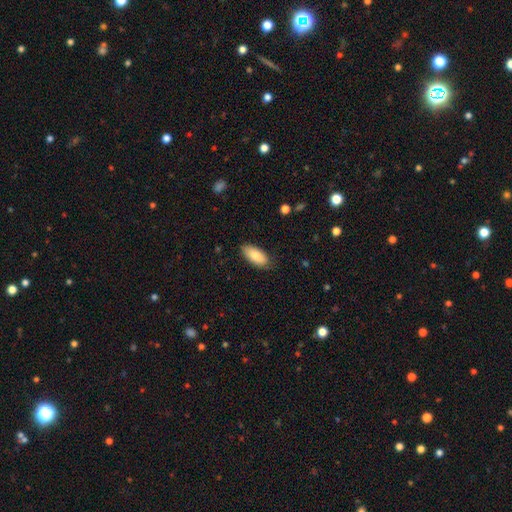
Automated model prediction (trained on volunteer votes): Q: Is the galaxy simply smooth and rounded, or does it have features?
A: smooth — 85%.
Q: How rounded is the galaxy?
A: in between — 91%.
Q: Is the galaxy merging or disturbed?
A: none — 83%.